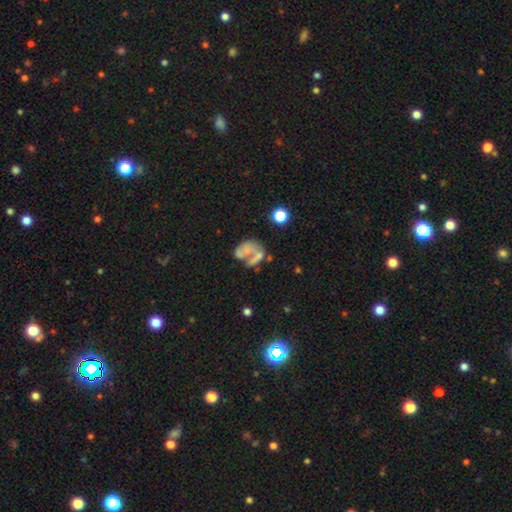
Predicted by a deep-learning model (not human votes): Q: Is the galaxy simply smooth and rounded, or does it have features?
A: featured or disk — 51%.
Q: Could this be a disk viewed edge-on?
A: no — 98%.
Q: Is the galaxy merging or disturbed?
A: merger — 29%.